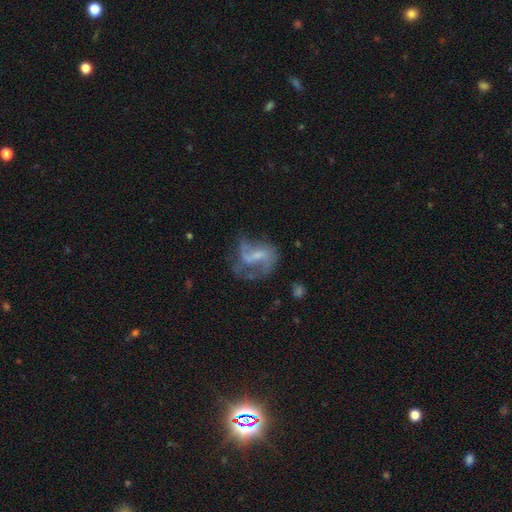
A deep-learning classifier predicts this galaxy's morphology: type=featured or disk (72%); edge-on=no (97%); bar=weak (48%); spiral arms=yes (79%); winding=loose (52%); arm count=2 (64%); bulge=small (47%); merging=none (43%).